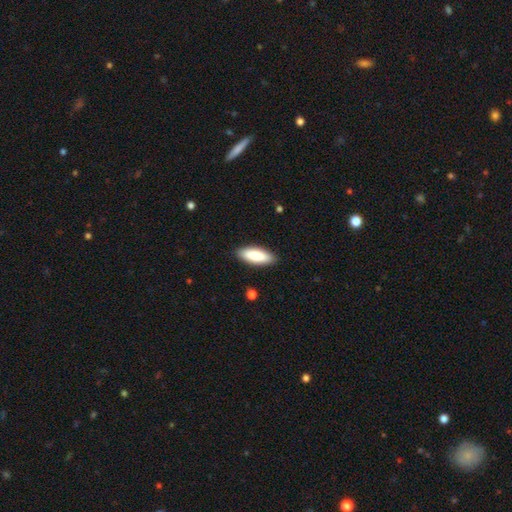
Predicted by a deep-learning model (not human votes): smooth-or-featured: smooth: 83% | featured or disk: 11% | star or artifact: 5%
  how-rounded: in between: 70% | cigar-shaped: 28% | round: 2%
  merging: none: 89% | minor disturbance: 8% | major disturbance: 2% | merger: 1%